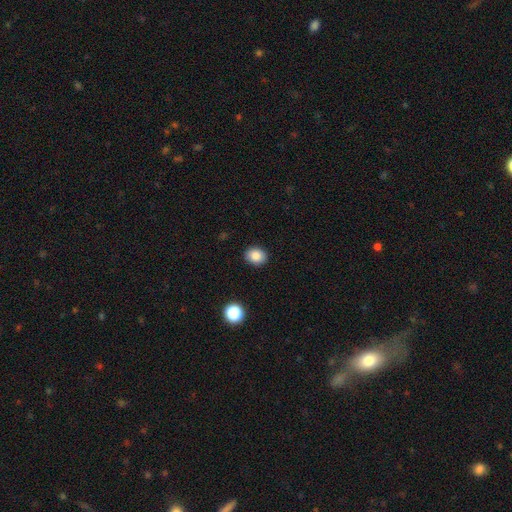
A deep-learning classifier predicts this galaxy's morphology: Smooth or featured? Predicted: smooth (p=0.85). How rounded? Predicted: round (p=0.54). Merging? Predicted: none (p=0.90).